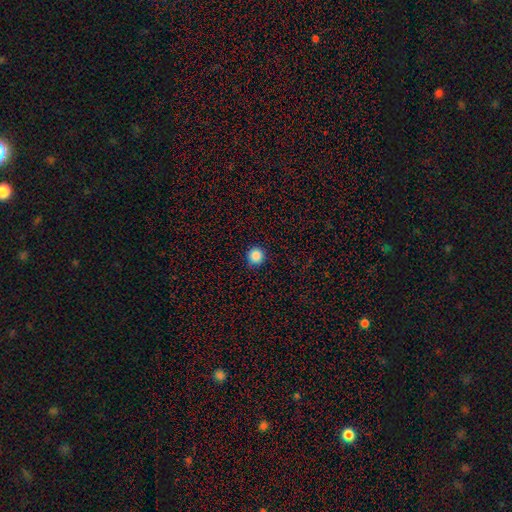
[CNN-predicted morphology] The model was most divided on "smooth or featured": smooth: 86%, star or artifact: 11%, featured or disk: 3%. More confident: how rounded — round (96%); merging — none (91%).